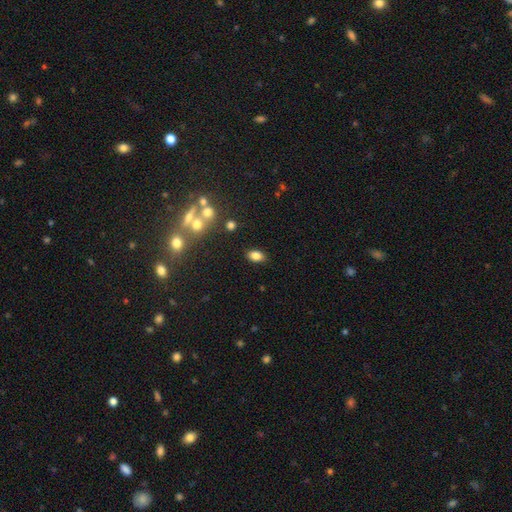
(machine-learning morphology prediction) Smooth or featured?
  - smooth: 80% *
  - star or artifact: 12%
  - featured or disk: 8%
How rounded?
  - in between: 86% *
  - round: 12%
  - cigar-shaped: 2%
Merging?
  - none: 84% *
  - minor disturbance: 10%
  - merger: 3%
  - major disturbance: 3%